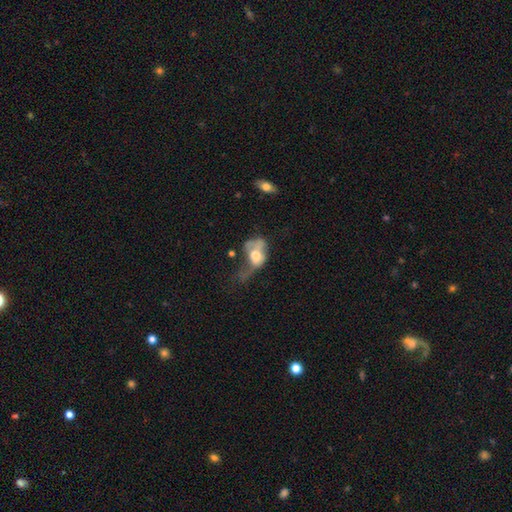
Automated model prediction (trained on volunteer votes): The model was most divided on "smooth or featured": smooth: 53%, featured or disk: 38%, star or artifact: 9%. More confident: how rounded — in between (71%); merging — major disturbance (55%).